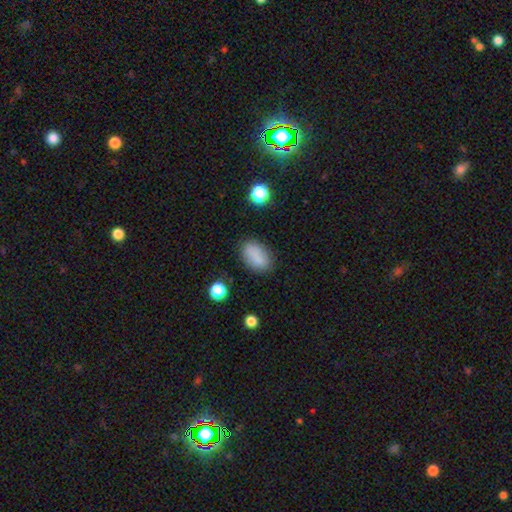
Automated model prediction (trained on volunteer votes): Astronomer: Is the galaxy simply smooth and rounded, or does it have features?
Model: smooth — 82%.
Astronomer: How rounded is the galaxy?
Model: in between — 88%.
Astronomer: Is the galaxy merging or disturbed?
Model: none — 79%.